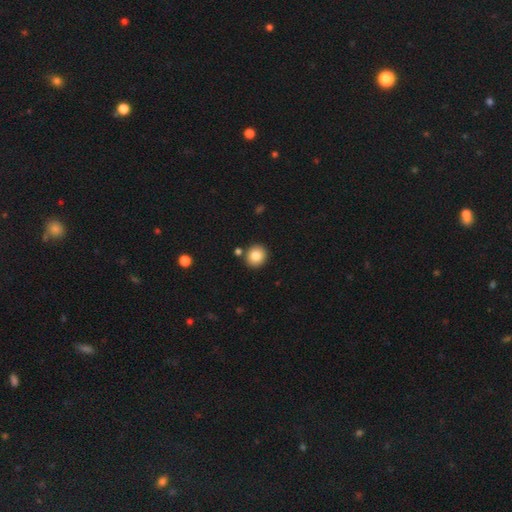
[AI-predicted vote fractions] Overall: smooth (83%). How rounded: round (86%). Merging: none (86%).